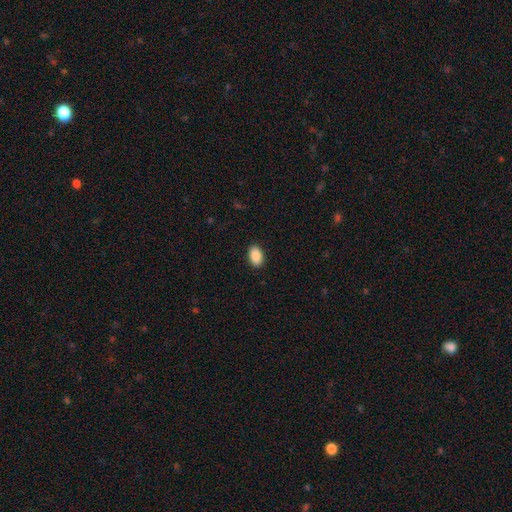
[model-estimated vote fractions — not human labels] This appears to be a smooth galaxy with no disk features (90%) that is in between round and cigar-shaped (91%). Merging: none (90%).